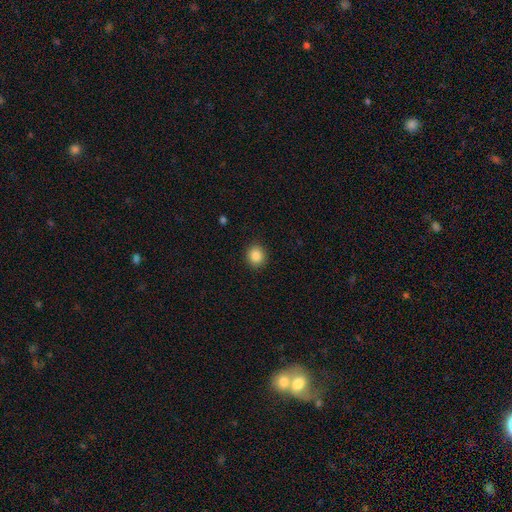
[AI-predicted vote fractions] A smooth galaxy with no disk features (86%) that is round (83%).

Vote fractions:
- Smooth or featured? smooth: 86% / star or artifact: 10% / featured or disk: 4%
- How rounded? round: 83% / in between: 17% / cigar-shaped: 1%
- Merging? none: 91% / minor disturbance: 6% / major disturbance: 2% / merger: 1%